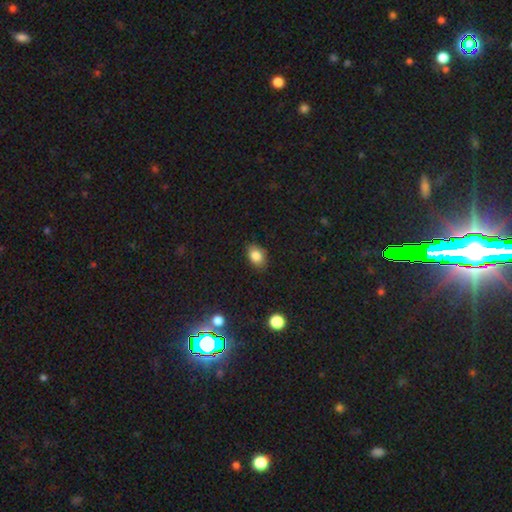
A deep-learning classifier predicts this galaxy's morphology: smooth 84%, star or artifact 10%, featured or disk 6%. Down the decision tree: how rounded — in between (79%); merging — none (83%).